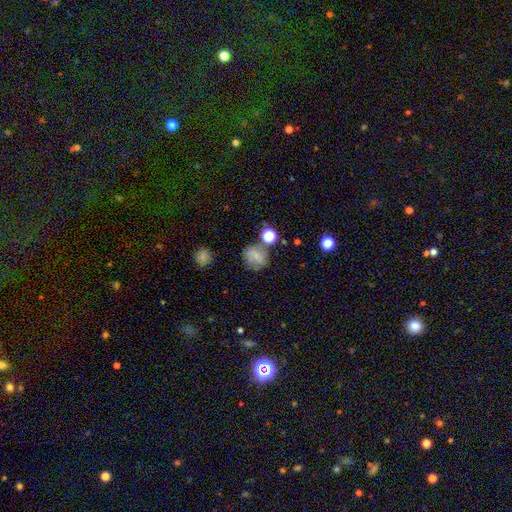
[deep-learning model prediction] smooth 62%, featured or disk 23%, star or artifact 16%. Down the decision tree: how rounded — round (70%); merging — none (59%).